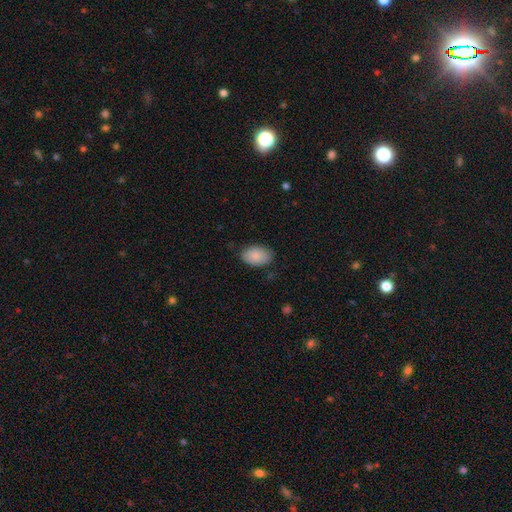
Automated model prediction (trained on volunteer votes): This is clearly a smooth galaxy (89%). How rounded: clearly in between (90%). Merging: clearly none (82%).